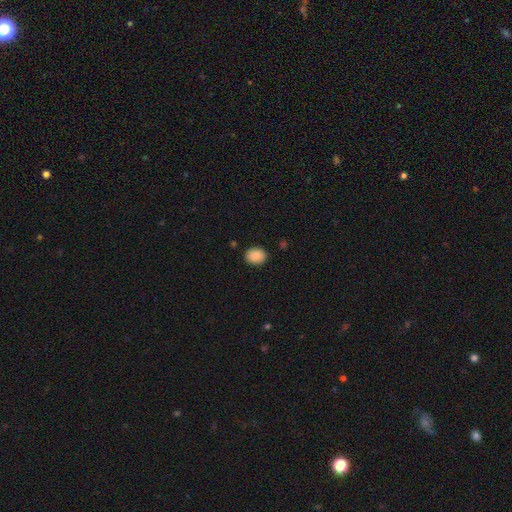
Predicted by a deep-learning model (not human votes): A smooth galaxy with no disk features (87%) that is in between round and cigar-shaped (56%).

Vote fractions:
- Smooth or featured? smooth: 87% / star or artifact: 8% / featured or disk: 6%
- How rounded? in between: 56% / round: 43% / cigar-shaped: 1%
- Merging? none: 89% / minor disturbance: 8% / major disturbance: 2% / merger: 1%